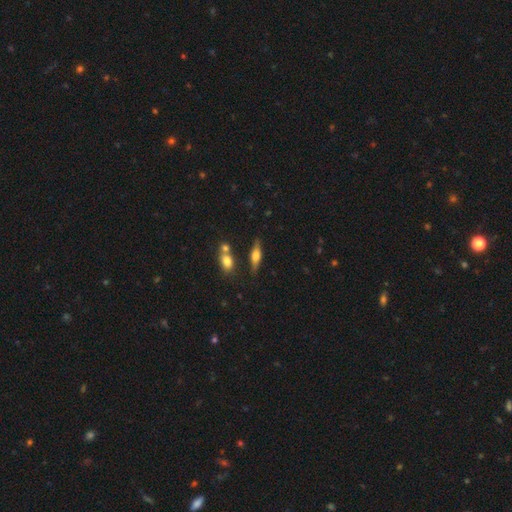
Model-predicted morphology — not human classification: The model was most divided on "smooth or featured" (2-way tie): featured or disk: 46%, smooth: 46%, star or artifact: 8%. More confident: merging — none (73%).